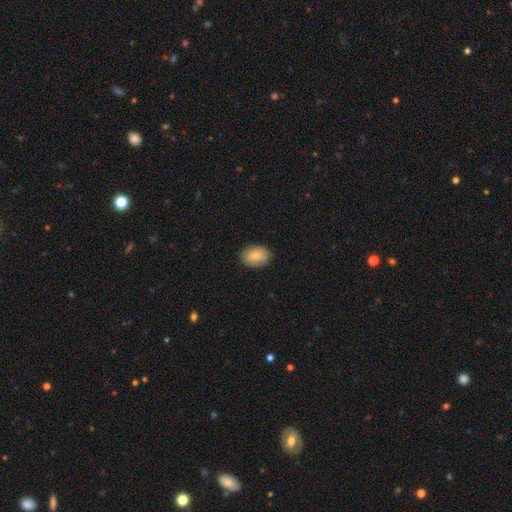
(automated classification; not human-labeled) Morphology: type=smooth (80%); roundness=in between (77%); merging=none (86%).